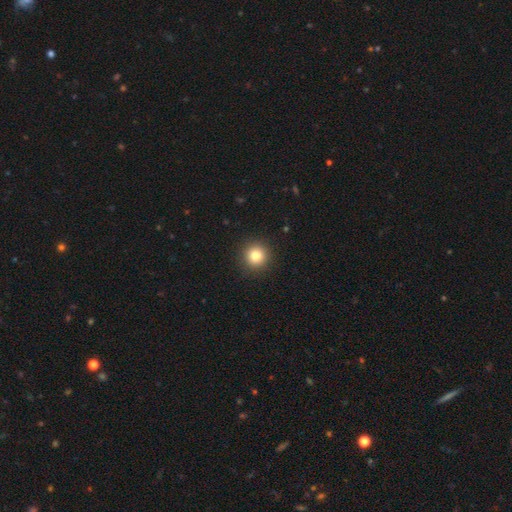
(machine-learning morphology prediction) A smooth galaxy with no disk features (82%) that is round (95%). Merging: none (92%).